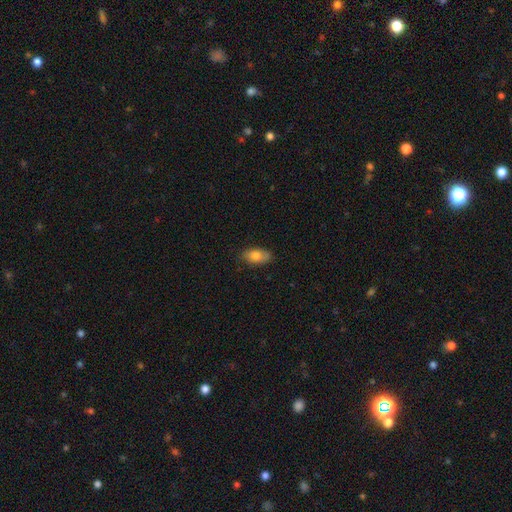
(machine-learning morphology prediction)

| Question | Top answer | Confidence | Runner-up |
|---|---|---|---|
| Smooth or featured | smooth | 78% | featured or disk (15%) |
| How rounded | in between | 90% | round (5%) |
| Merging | none | 80% | minor disturbance (16%) |